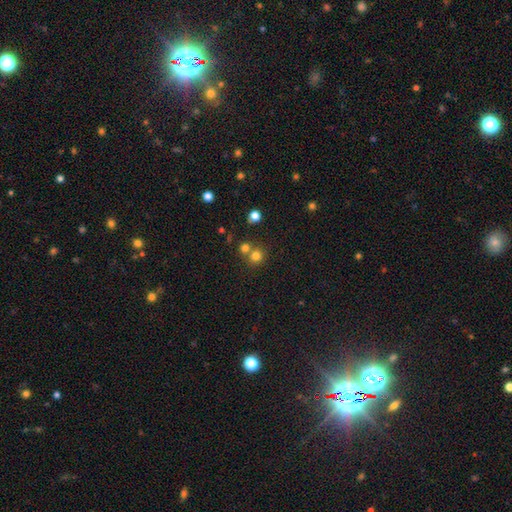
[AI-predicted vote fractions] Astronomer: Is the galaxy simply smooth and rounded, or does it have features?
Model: smooth — 77%.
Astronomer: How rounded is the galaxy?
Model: round — 88%.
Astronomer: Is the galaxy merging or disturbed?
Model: none — 59%.